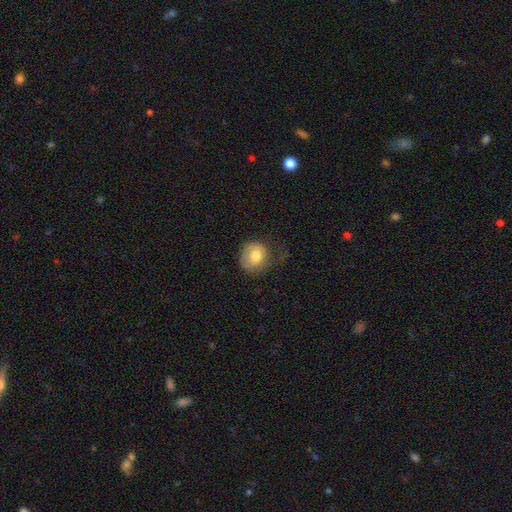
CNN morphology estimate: Q: Smooth or featured?
A: smooth (74%); runner-up: featured or disk (18%)
Q: How rounded?
A: round (79%); runner-up: in between (20%)
Q: Merging?
A: none (49%); runner-up: minor disturbance (28%)